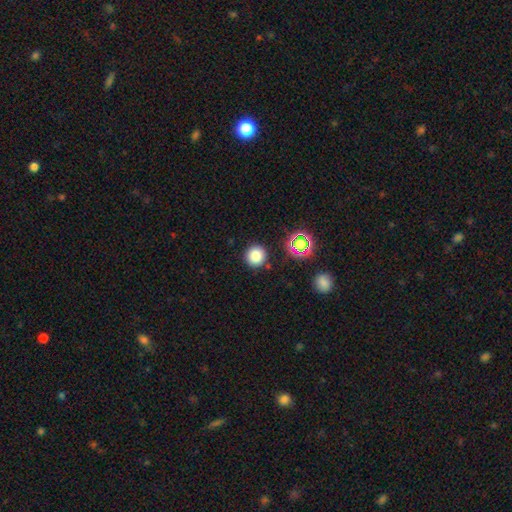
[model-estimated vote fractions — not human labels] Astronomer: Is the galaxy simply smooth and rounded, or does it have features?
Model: smooth — 79%.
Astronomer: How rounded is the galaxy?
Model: round — 94%.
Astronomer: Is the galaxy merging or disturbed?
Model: none — 88%.